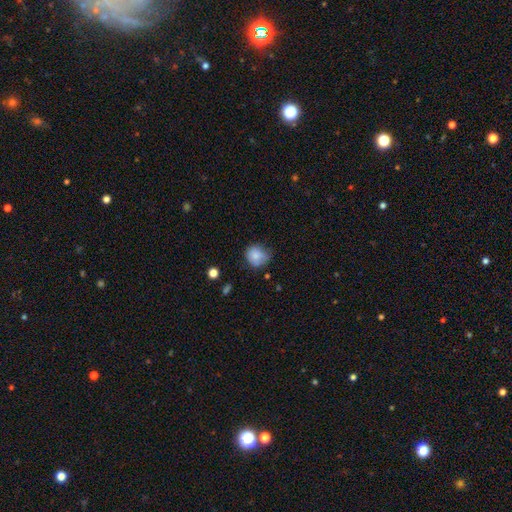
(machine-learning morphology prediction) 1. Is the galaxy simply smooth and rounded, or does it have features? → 82% smooth, 9% featured or disk, 9% star or artifact.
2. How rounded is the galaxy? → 82% round, 17% in between, 1% cigar-shaped.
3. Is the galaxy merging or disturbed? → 57% none, 32% minor disturbance, 8% major disturbance, 3% merger.